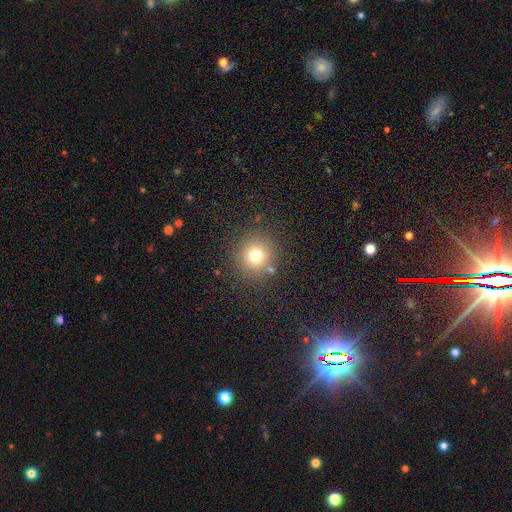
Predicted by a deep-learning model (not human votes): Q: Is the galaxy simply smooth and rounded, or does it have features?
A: smooth — 73%.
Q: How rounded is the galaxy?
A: round — 92%.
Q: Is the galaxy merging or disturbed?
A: none — 85%.